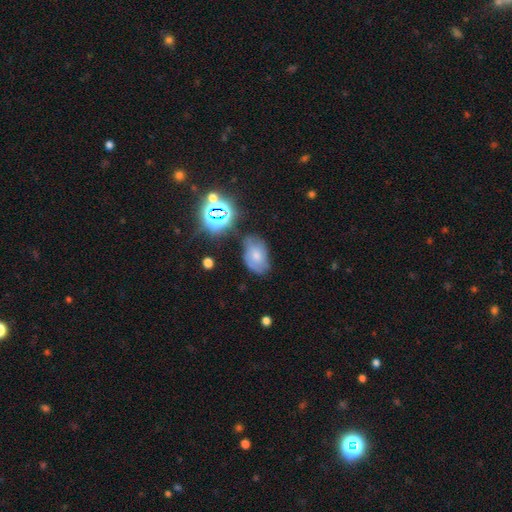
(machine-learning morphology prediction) Smooth or featured? smooth (52%)
How rounded? in between (85%)
Merging? none (57%)